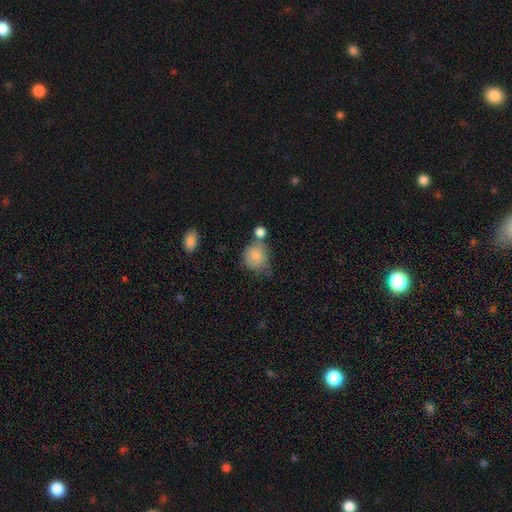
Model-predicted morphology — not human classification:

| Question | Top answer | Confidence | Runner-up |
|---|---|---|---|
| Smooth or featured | smooth | 79% | featured or disk (13%) |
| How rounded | round | 71% | in between (28%) |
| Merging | none | 43% | merger (25%) |